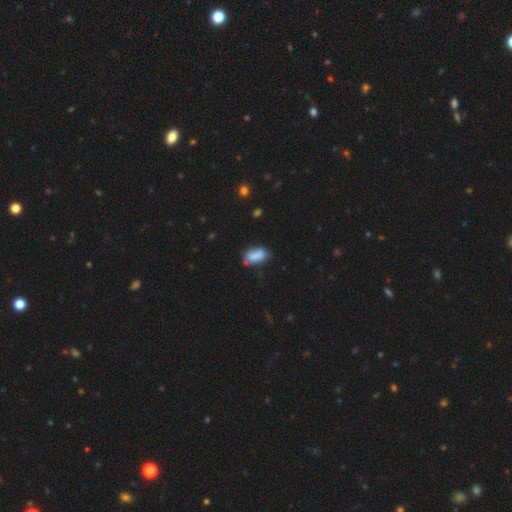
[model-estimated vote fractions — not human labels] A smooth galaxy with no disk features (82%) that is in between round and cigar-shaped (88%).

Vote fractions:
- Smooth or featured? smooth: 82% / featured or disk: 10% / star or artifact: 8%
- How rounded? in between: 88% / cigar-shaped: 8% / round: 4%
- Merging? none: 61% / minor disturbance: 27% / major disturbance: 7% / merger: 5%